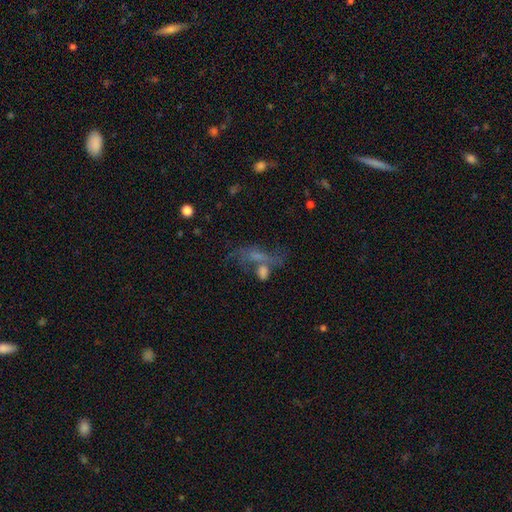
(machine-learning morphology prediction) The model was most divided on "smooth or featured": featured or disk: 39%, smooth: 36%, star or artifact: 25%. Remaining: merging — none (40%).